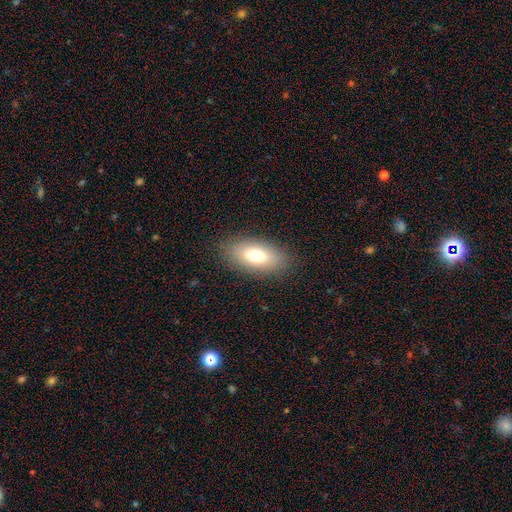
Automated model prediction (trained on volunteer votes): Smooth or featured? Predicted: smooth (p=0.73). How rounded? Predicted: in between (p=0.89). Merging? Predicted: none (p=0.86).